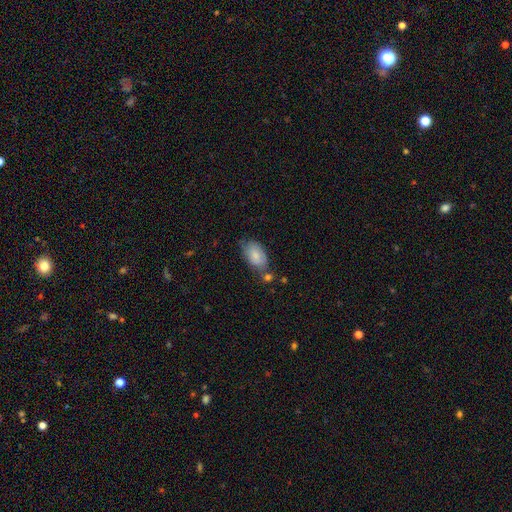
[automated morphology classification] type=smooth (80%); roundness=in between (92%); merging=none (55%).